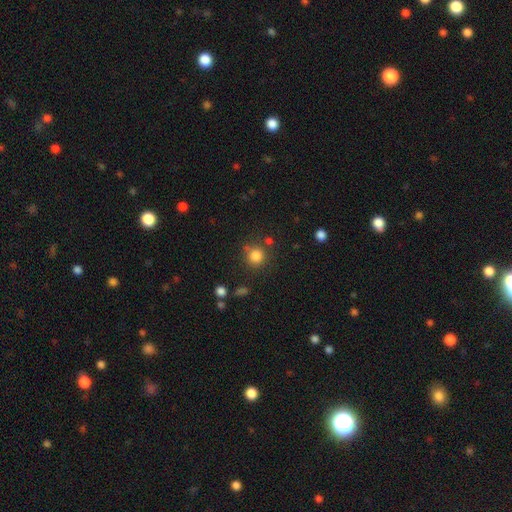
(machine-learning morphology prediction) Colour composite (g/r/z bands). It shows a smooth galaxy with no disk features (83%) that is round (90%). Merging: none (78%).